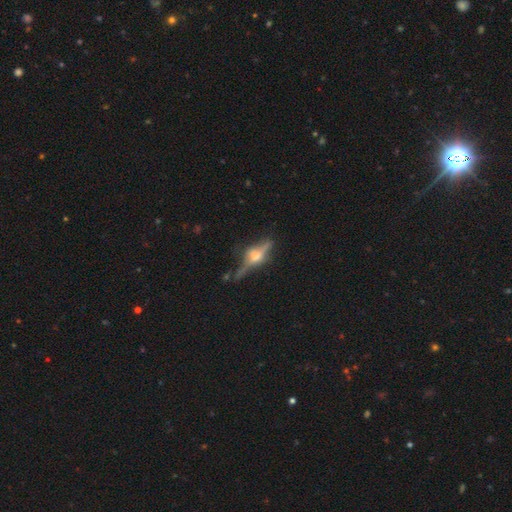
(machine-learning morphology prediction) Smooth or featured: featured or disk — 75% (smooth — 16%)
Edge-on disk: yes — 93% (no — 7%)
Edge-on bulge: rounded — 93% (boxy — 5%)
Merging: none — 72% (minor disturbance — 17%)